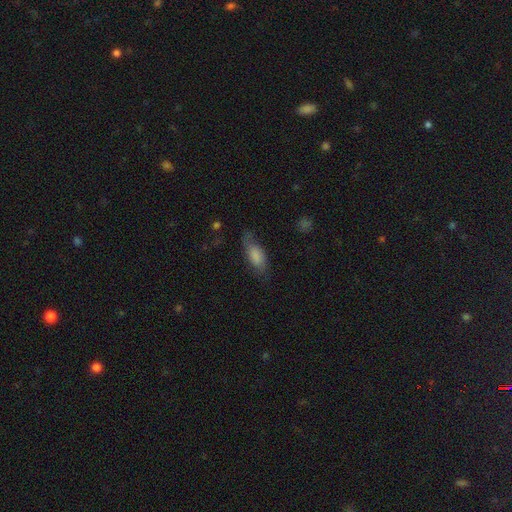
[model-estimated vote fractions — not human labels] smooth_or_featured: smooth (p=0.72) [alt: featured or disk p=0.21]
how_rounded: in between (p=0.84) [alt: cigar-shaped p=0.13]
merging: none (p=0.58) [alt: minor disturbance p=0.28]